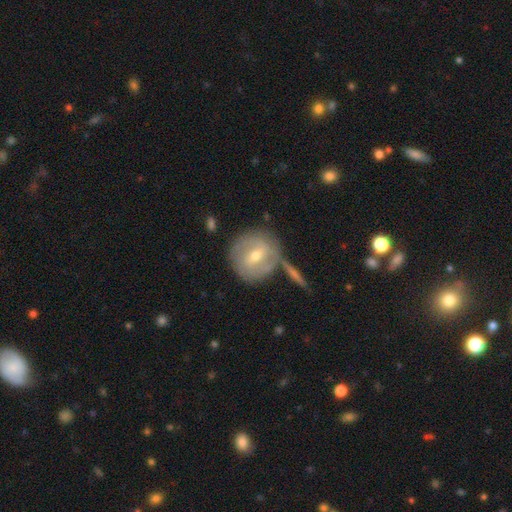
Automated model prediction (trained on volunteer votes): This is possibly a featured or disk galaxy (58%). It is clearly not viewed edge-on (92%). Bar: possibly weak (51%). Spiral arm pattern: possibly yes (56%). Central bulge: possibly moderate (53%). Merging: likely none (68%).